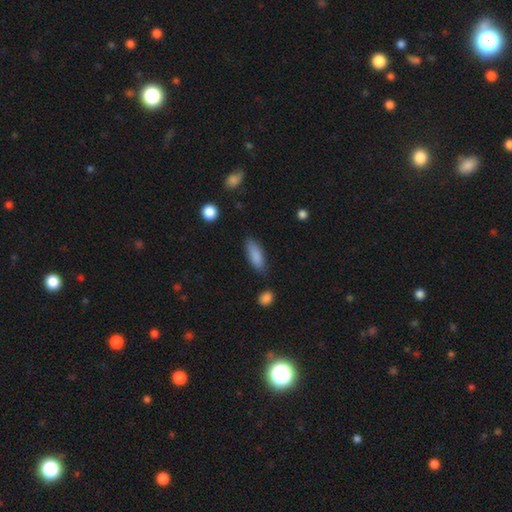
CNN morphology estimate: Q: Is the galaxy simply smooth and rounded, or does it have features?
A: smooth — 86%.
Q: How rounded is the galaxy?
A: in between — 67%.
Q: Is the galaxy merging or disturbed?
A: none — 78%.